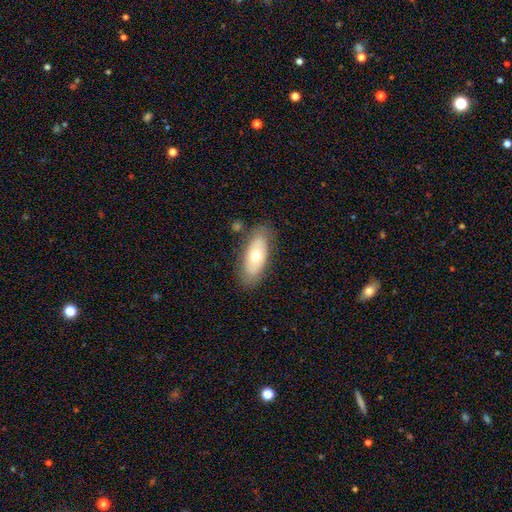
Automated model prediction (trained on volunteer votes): Overall: smooth (60%; featured or disk 34%). How rounded: in between (84%). Merging: none (80%).